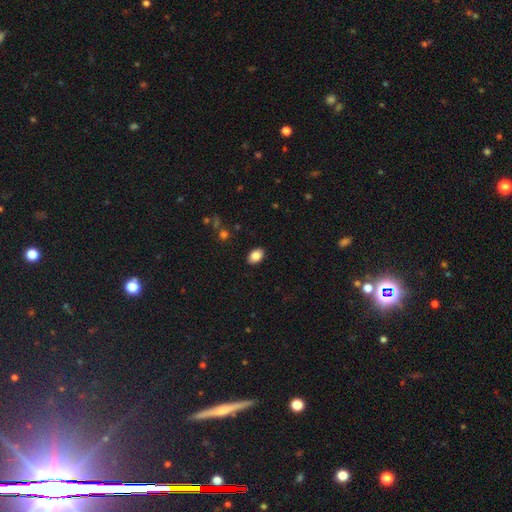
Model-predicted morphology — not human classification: Smooth or featured: smooth — 86% (star or artifact — 8%)
How rounded: in between — 84% (round — 15%)
Merging: none — 89% (minor disturbance — 8%)